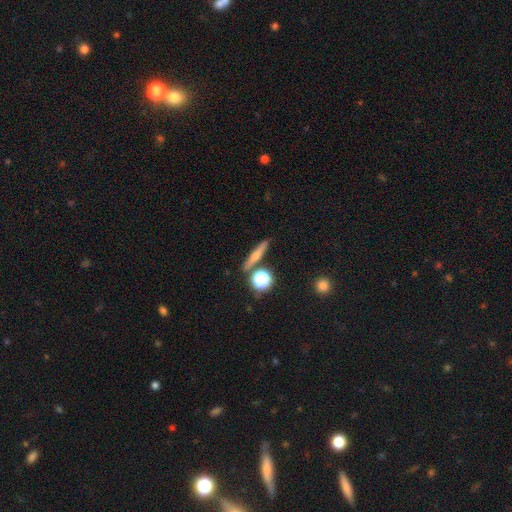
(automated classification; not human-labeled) Smooth or featured?
  - featured or disk: 50% *
  - smooth: 37%
  - star or artifact: 13%
Edge-on disk?
  - yes: 93% *
  - no: 7%
Merging?
  - none: 83% *
  - minor disturbance: 7%
  - merger: 7%
  - major disturbance: 2%